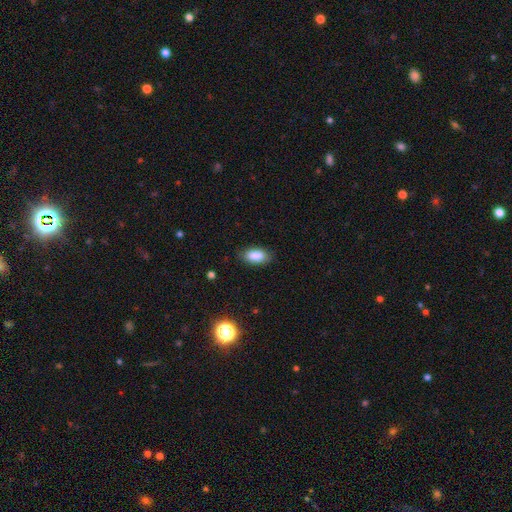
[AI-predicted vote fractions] This appears to be a smooth galaxy with no disk features (87%) that is in between round and cigar-shaped (92%). Merging: none (85%).